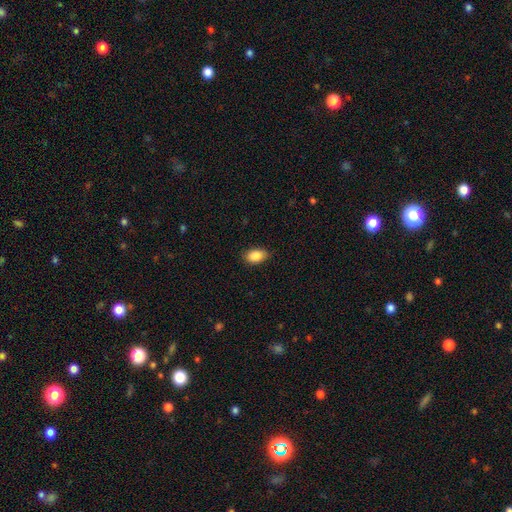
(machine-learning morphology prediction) A smooth galaxy with no disk features (88%) that is in between round and cigar-shaped (88%). Merging: none (82%).